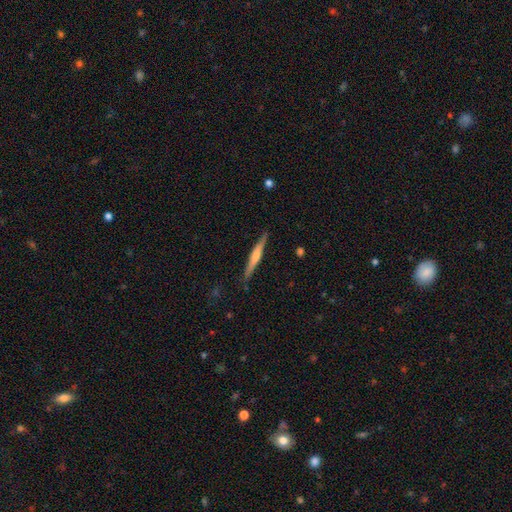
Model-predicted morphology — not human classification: A featured or disk galaxy (52%) viewed edge-on (97%) with a rounded central bulge (47%). Merging: none (88%).